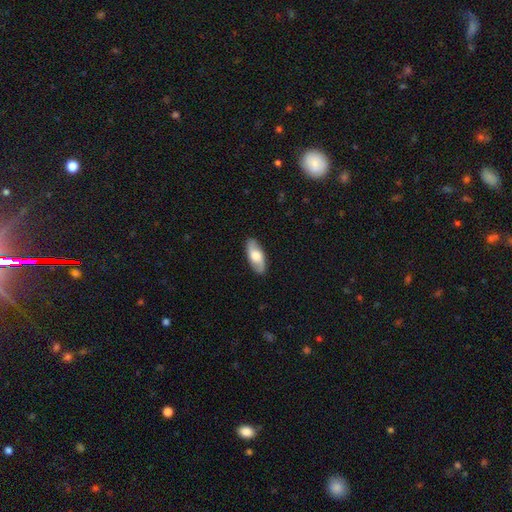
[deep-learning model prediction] Smooth or featured?
  - featured or disk: 49% *
  - smooth: 45%
  - star or artifact: 6%
Merging?
  - none: 88% *
  - minor disturbance: 9%
  - major disturbance: 2%
  - merger: 1%